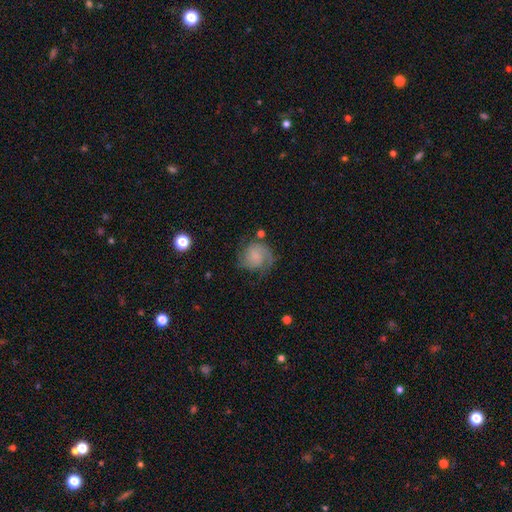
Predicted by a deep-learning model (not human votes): A featured or disk galaxy (70%) with no bar (68%), 2 (50%) tight (43%) spiral arms (94%) and a small central bulge (39%).

Vote fractions:
- Smooth or featured? featured or disk: 70% / smooth: 22% / star or artifact: 7%
- Edge-on disk? no: 98% / yes: 2%
- Bar? no: 68% / weak: 28% / strong: 4%
- Spiral arms? yes: 94% / no: 6%
- Spiral winding? tight: 43% / medium: 40% / loose: 17%
- Spiral arm count? 2: 50% / 1: 20% / can't tell: 15% / 3: 10% / 4: 3% / more than 4: 3%
- Bulge size? small: 39% / none: 36% / moderate: 17% / large: 6% / dominant: 2%
- Merging? none: 63% / minor disturbance: 20% / major disturbance: 14% / merger: 3%